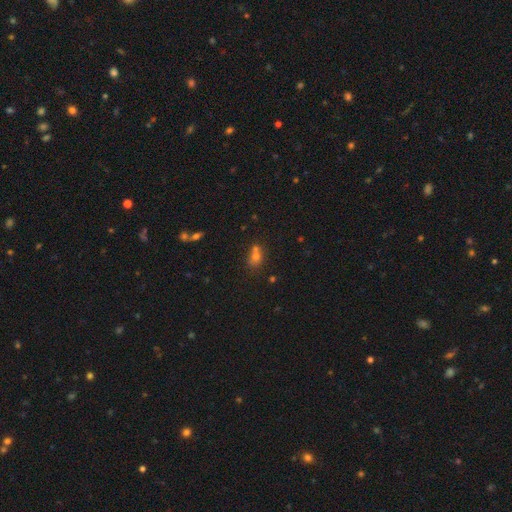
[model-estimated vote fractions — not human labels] Smooth or featured? smooth (62%)
How rounded? round (55%)
Merging? none (44%)